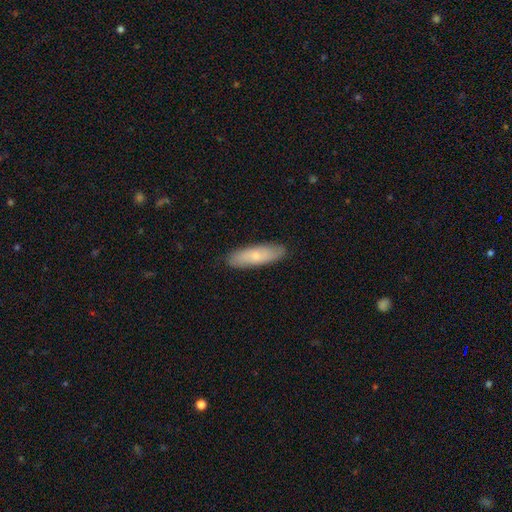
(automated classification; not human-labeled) Smooth or featured? Predicted: smooth (p=0.67). How rounded? Predicted: cigar-shaped (p=0.58). Merging? Predicted: none (p=0.87).